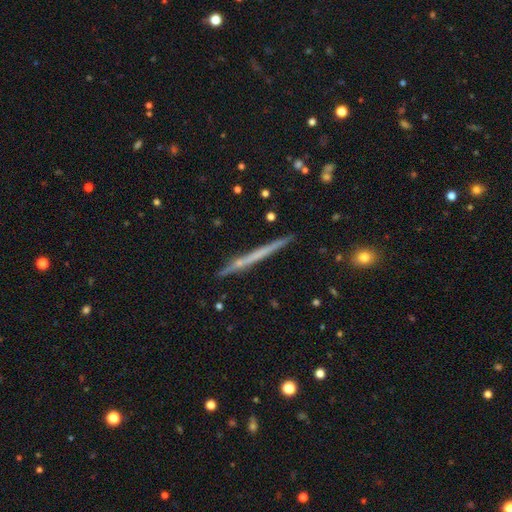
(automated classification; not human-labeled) The model was most divided on "smooth or featured": featured or disk: 55%, smooth: 38%, star or artifact: 7%. More confident: edge-on disk — yes (97%); merging — none (88%); edge-on bulge — none (87%).